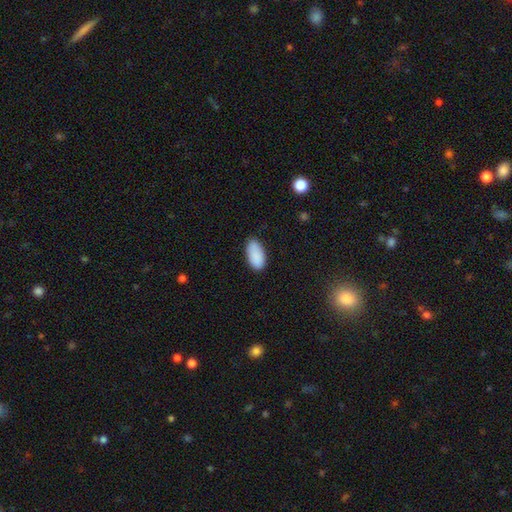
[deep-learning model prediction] A smooth galaxy with no disk features (89%) that is in between round and cigar-shaped (94%). Merging: none (79%).